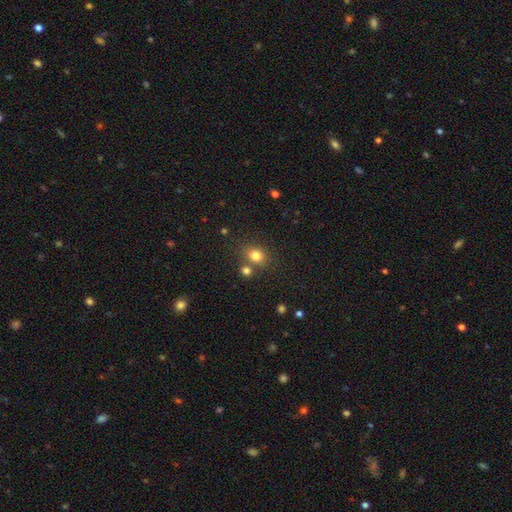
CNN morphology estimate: type=smooth (80%); roundness=round (58%); merging=none (67%).